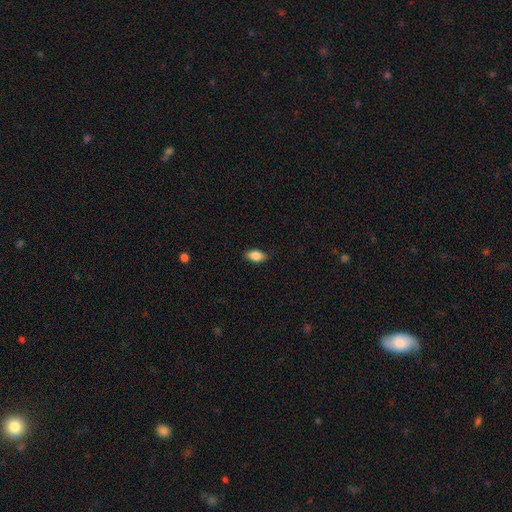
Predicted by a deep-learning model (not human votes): smooth 86%, star or artifact 7%, featured or disk 7%. Down the decision tree: how rounded — in between (90%); merging — none (84%).